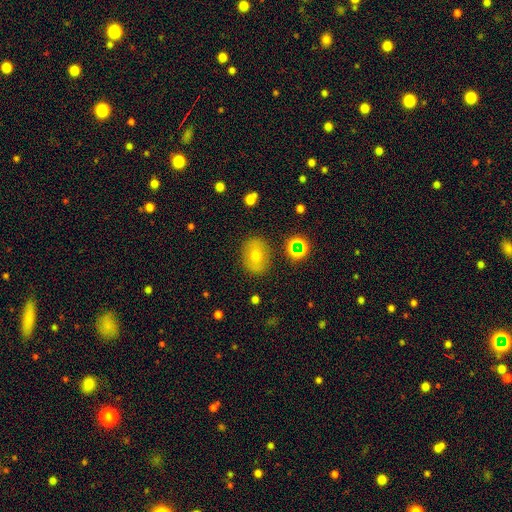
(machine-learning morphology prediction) Smooth or featured? smooth (62%)
How rounded? in between (59%)
Merging? none (84%)